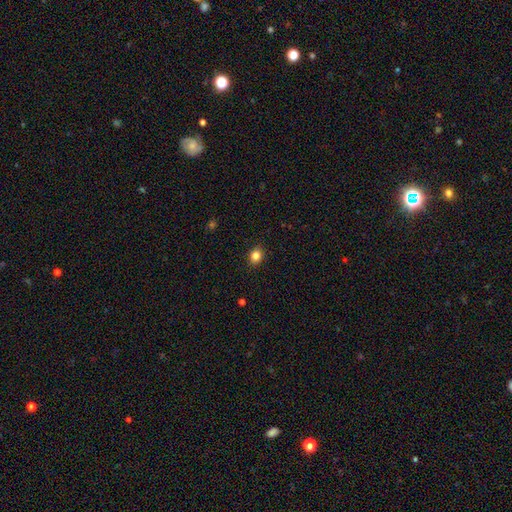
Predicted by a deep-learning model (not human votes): smooth-or-featured: smooth: 84% | star or artifact: 11% | featured or disk: 5%
  how-rounded: round: 52% | in between: 47% | cigar-shaped: 1%
  merging: none: 89% | minor disturbance: 8% | major disturbance: 2% | merger: 1%